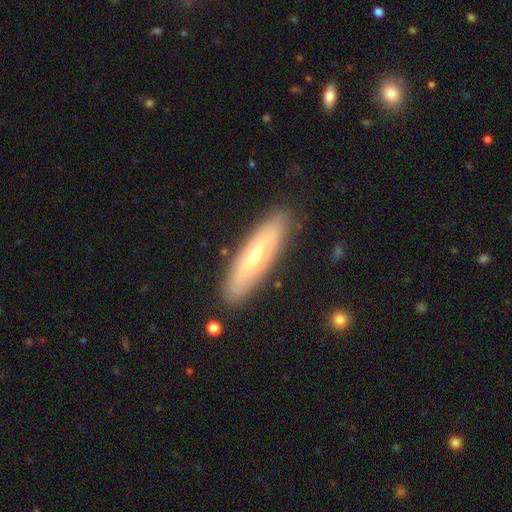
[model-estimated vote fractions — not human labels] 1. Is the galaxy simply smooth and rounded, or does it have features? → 49% featured or disk, 45% smooth, 6% star or artifact.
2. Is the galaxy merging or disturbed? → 87% none, 10% minor disturbance, 2% major disturbance, 2% merger.